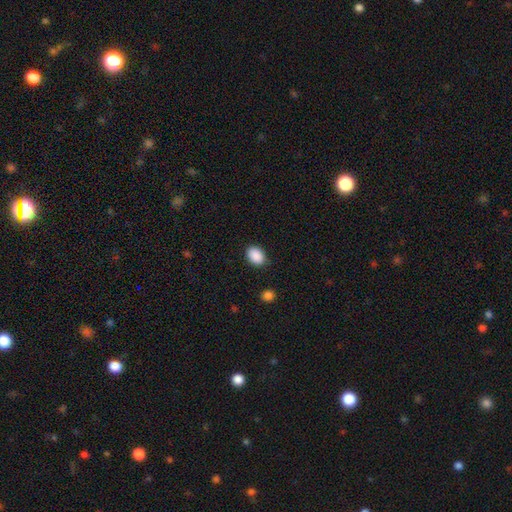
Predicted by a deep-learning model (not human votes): Q: Smooth or featured?
A: smooth (90%); runner-up: star or artifact (8%)
Q: How rounded?
A: in between (73%); runner-up: round (26%)
Q: Merging?
A: none (86%); runner-up: minor disturbance (10%)